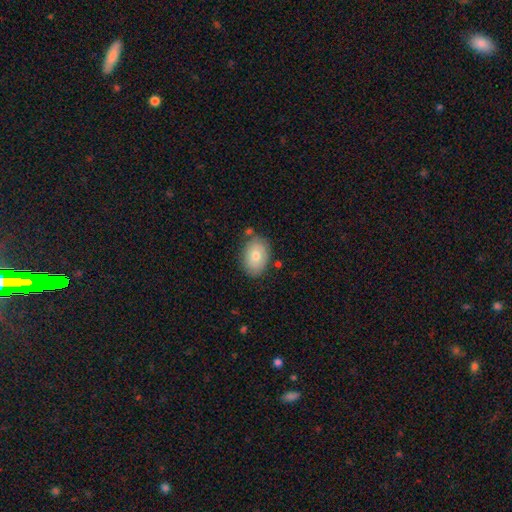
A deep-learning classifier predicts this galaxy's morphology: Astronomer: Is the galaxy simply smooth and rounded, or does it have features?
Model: smooth — 72%.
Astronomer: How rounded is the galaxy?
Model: in between — 81%.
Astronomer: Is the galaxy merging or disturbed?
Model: none — 78%.